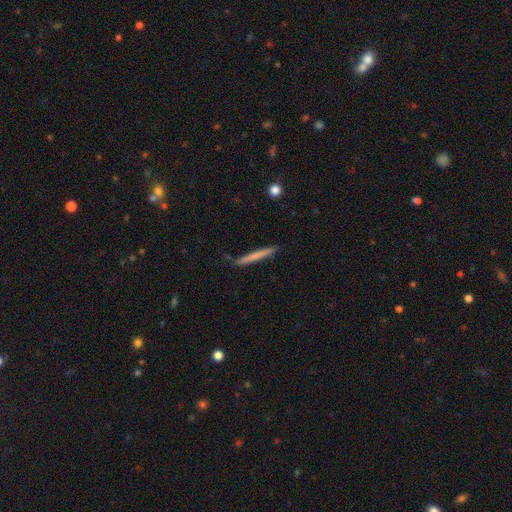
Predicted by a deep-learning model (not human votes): Smooth or featured?
  - smooth: 65% *
  - featured or disk: 29%
  - star or artifact: 5%
How rounded?
  - cigar-shaped: 97% *
  - in between: 2%
  - round: 1%
Merging?
  - none: 86% *
  - minor disturbance: 11%
  - major disturbance: 2%
  - merger: 1%